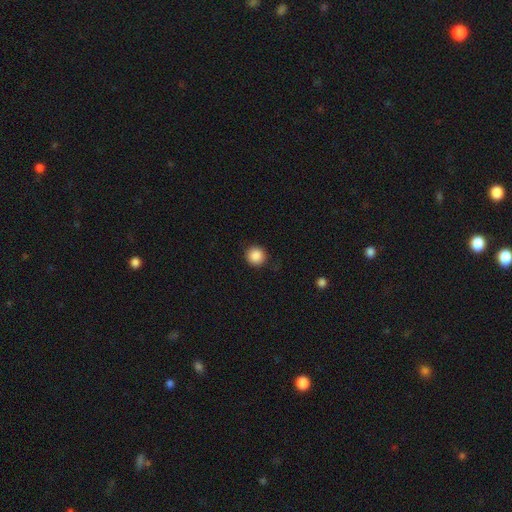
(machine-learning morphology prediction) Q: Smooth or featured?
A: smooth (88%); runner-up: star or artifact (9%)
Q: How rounded?
A: round (94%); runner-up: in between (5%)
Q: Merging?
A: none (88%); runner-up: minor disturbance (9%)